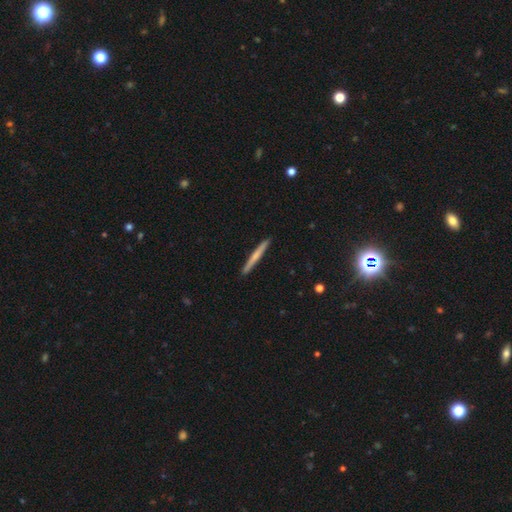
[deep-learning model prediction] smooth_or_featured: smooth (p=0.54) [alt: featured or disk p=0.41]
how_rounded: cigar-shaped (p=0.97) [alt: in between p=0.02]
merging: none (p=0.92) [alt: minor disturbance p=0.05]